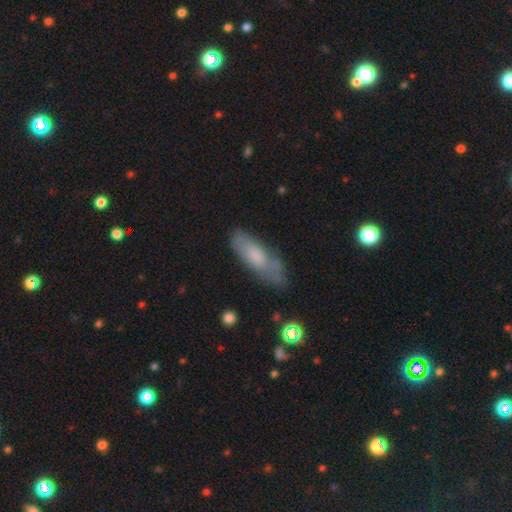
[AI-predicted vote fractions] smooth_or_featured: smooth (p=0.62) [alt: featured or disk p=0.30]
how_rounded: in between (p=0.60) [alt: cigar-shaped p=0.38]
merging: none (p=0.57) [alt: minor disturbance p=0.28]